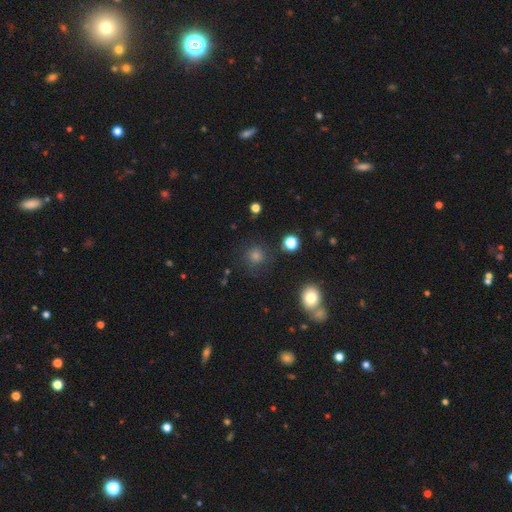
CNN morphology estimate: smooth_or_featured: smooth (p=0.65) [alt: star or artifact p=0.25]
how_rounded: round (p=0.91) [alt: in between p=0.08]
merging: none (p=0.83) [alt: minor disturbance p=0.10]